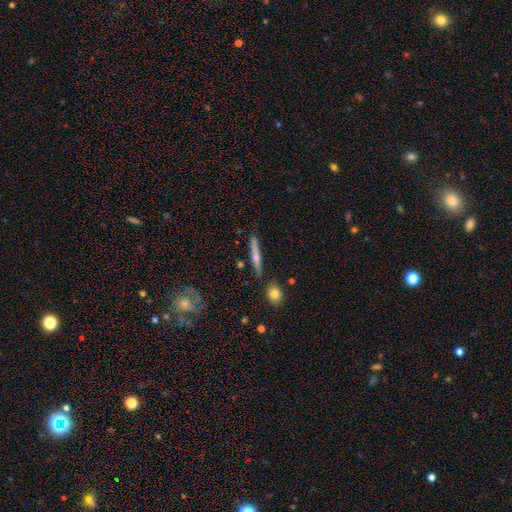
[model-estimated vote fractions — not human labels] Smooth or featured: smooth — 52% (featured or disk — 41%)
How rounded: cigar-shaped — 93% (in between — 5%)
Merging: none — 83% (minor disturbance — 11%)